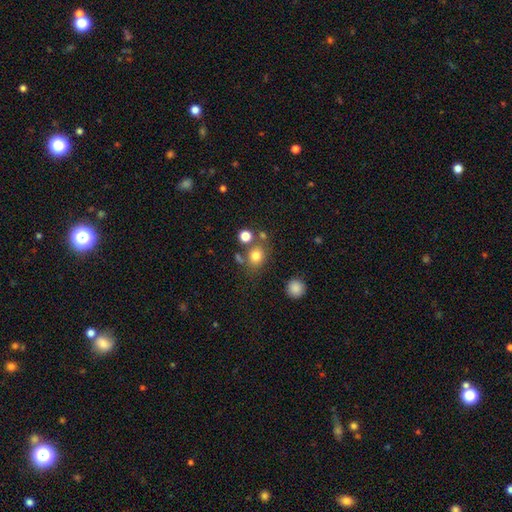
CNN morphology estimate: Q: Smooth or featured?
A: smooth (76%); runner-up: star or artifact (14%)
Q: How rounded?
A: round (68%); runner-up: in between (31%)
Q: Merging?
A: none (65%); runner-up: merger (16%)